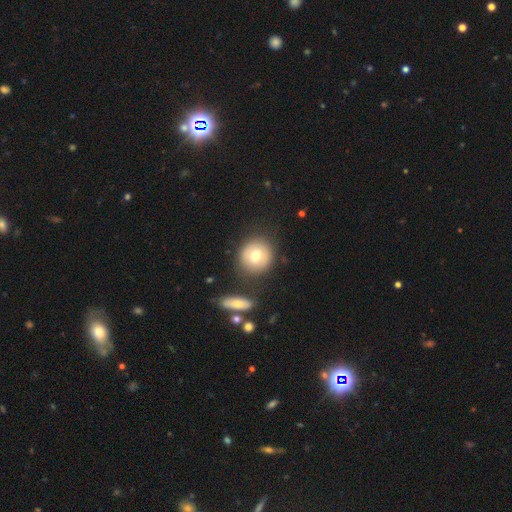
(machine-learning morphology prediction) smooth_or_featured: smooth (p=0.68) [alt: featured or disk p=0.24]
how_rounded: round (p=0.86) [alt: in between p=0.13]
merging: none (p=0.78) [alt: minor disturbance p=0.11]